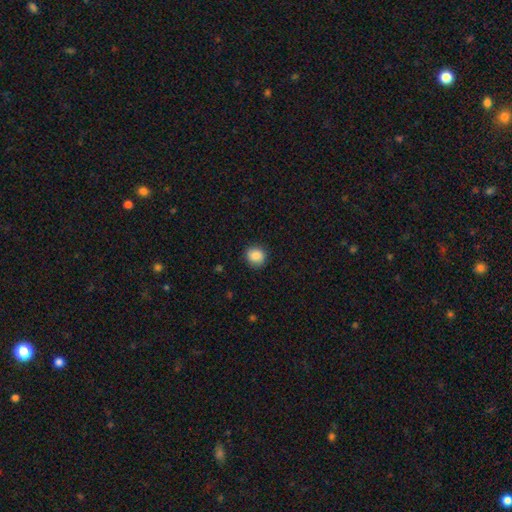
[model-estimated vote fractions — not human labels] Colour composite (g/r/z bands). It shows a smooth galaxy with no disk features (87%) that is round (84%). Merging: none (87%).